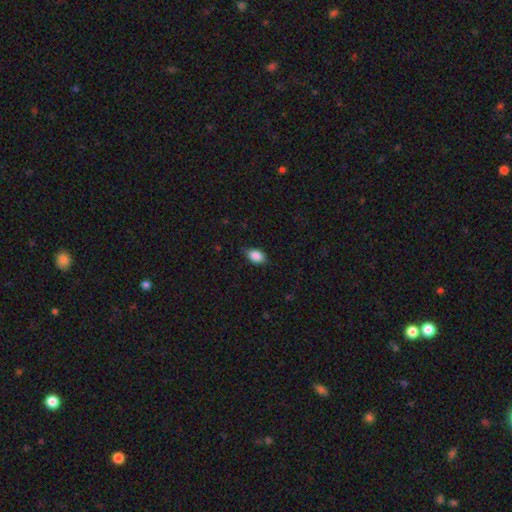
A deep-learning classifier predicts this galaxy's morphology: This appears to be a smooth galaxy with no disk features (87%) that is in between round and cigar-shaped (82%). Merging: none (75%).